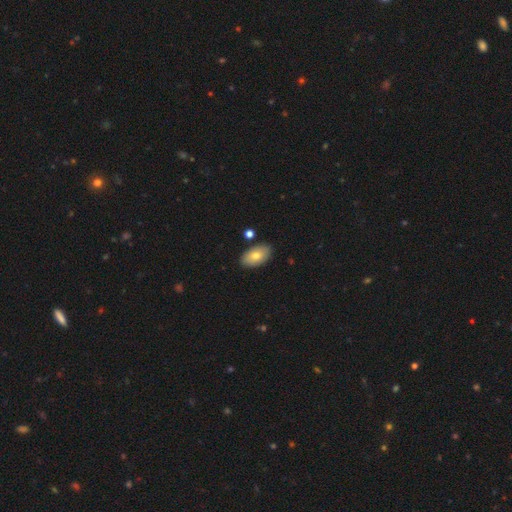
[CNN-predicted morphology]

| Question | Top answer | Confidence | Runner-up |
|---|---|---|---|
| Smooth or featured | smooth | 75% | featured or disk (19%) |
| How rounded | in between | 94% | round (4%) |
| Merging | none | 84% | minor disturbance (10%) |